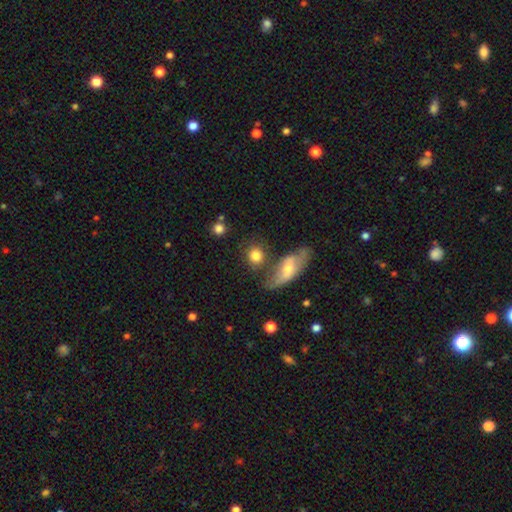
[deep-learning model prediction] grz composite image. It shows a smooth galaxy with no disk features (79%) that is round (76%). Merging: none (65%).